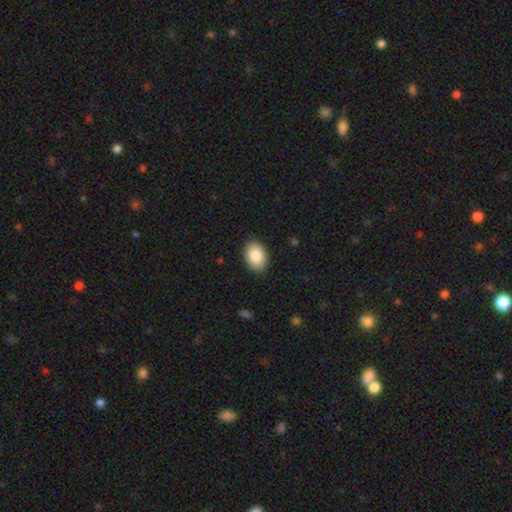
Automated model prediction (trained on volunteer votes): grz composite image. It shows a smooth galaxy with no disk features (87%) that is in between round and cigar-shaped (87%). Merging: none (89%).